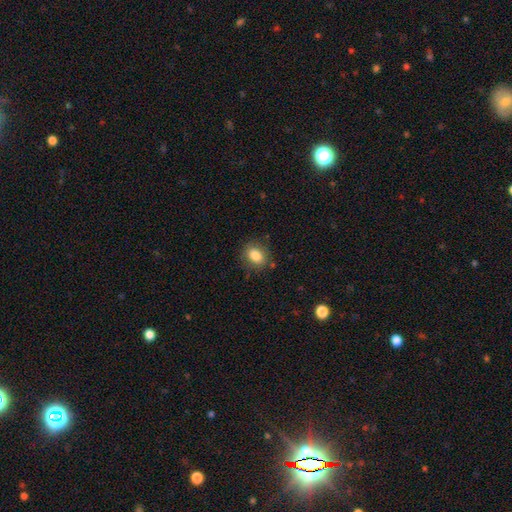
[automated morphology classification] type=smooth (84%); roundness=in between (58%); merging=none (83%).